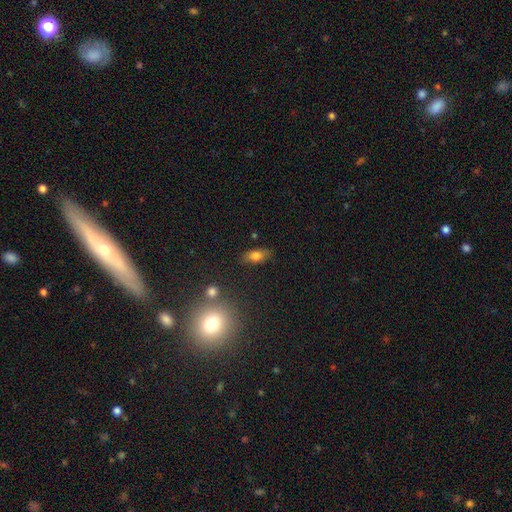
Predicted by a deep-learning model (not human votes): Smooth or featured?
  - smooth: 72% *
  - featured or disk: 17%
  - star or artifact: 11%
How rounded?
  - in between: 80% *
  - cigar-shaped: 13%
  - round: 8%
Merging?
  - none: 80% *
  - minor disturbance: 14%
  - major disturbance: 4%
  - merger: 3%